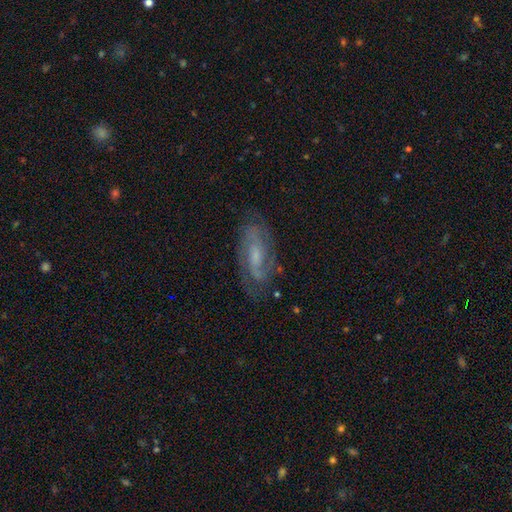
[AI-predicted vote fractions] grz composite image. It shows a featured or disk galaxy (77%) with a weak bar (46%), 2 (68%) medium (47%) spiral arms (93%) and a small central bulge (43%). Merging: none (75%).